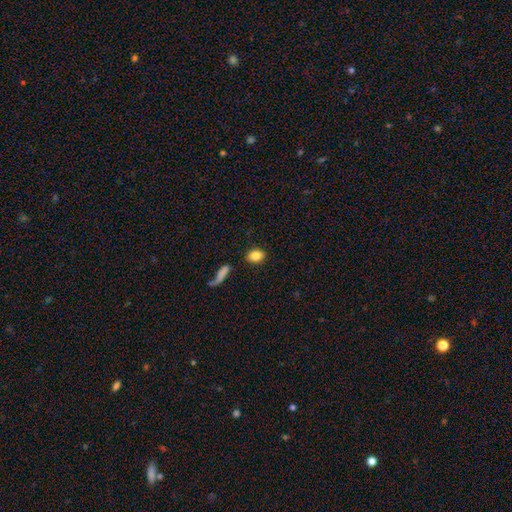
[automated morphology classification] This is clearly a smooth galaxy (84%). How rounded: likely in between (69%). Merging: clearly none (85%).